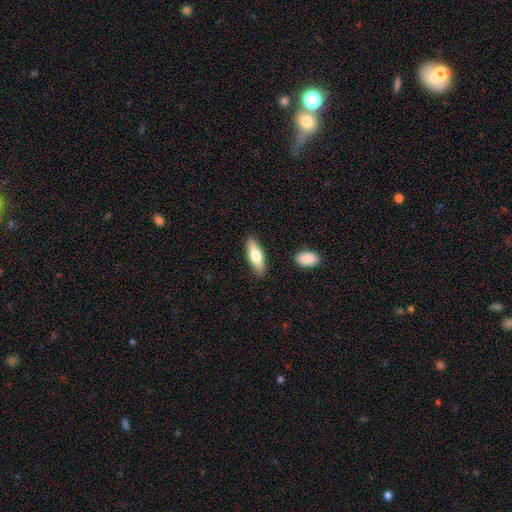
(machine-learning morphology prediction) Q: Smooth or featured?
A: smooth (69%); runner-up: featured or disk (26%)
Q: How rounded?
A: in between (54%); runner-up: cigar-shaped (44%)
Q: Merging?
A: none (87%); runner-up: minor disturbance (9%)